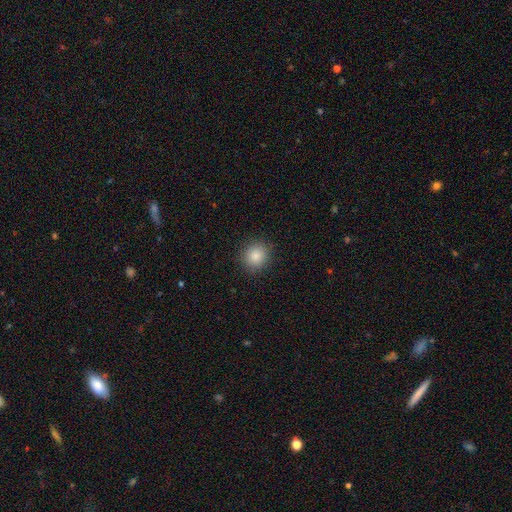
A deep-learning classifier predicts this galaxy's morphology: The model was most divided on "how rounded": round: 85%, in between: 14%, cigar-shaped: 1%. More confident: merging — none (89%); smooth or featured — smooth (85%).